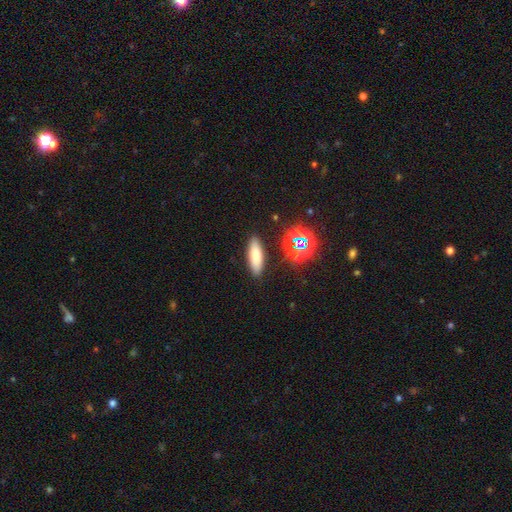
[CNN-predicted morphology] Smooth or featured: smooth — 69% (featured or disk — 15%)
How rounded: in between — 51% (cigar-shaped — 45%)
Merging: none — 87% (minor disturbance — 8%)